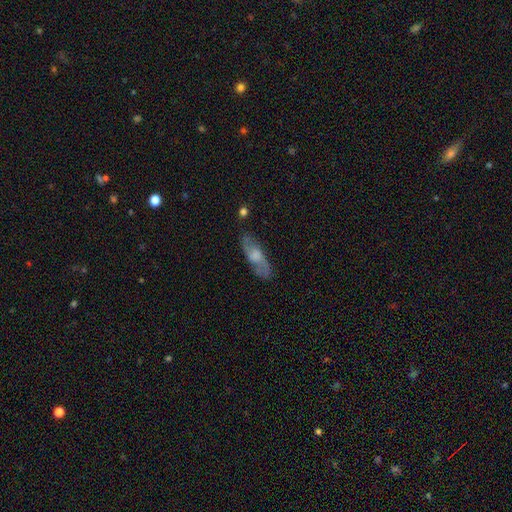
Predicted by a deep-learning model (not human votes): featured or disk 53%, smooth 40%, star or artifact 7%. Down the decision tree: edge-on disk — no (69%); merging — none (74%).